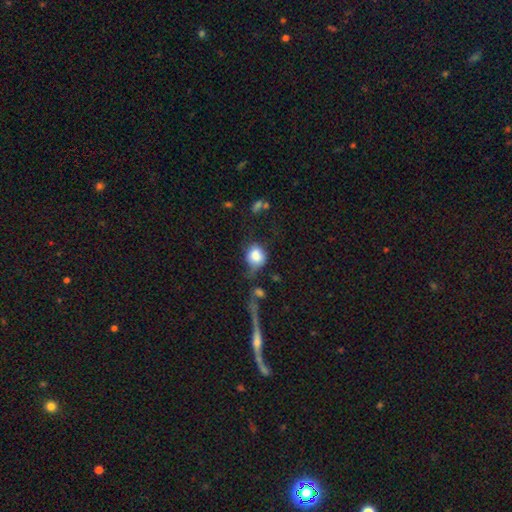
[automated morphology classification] A smooth galaxy with no disk features (81%) that is round (69%).

Vote fractions:
- Smooth or featured? smooth: 81% / featured or disk: 10% / star or artifact: 9%
- How rounded? round: 69% / in between: 29% / cigar-shaped: 1%
- Merging? none: 37% / minor disturbance: 30% / major disturbance: 23% / merger: 11%